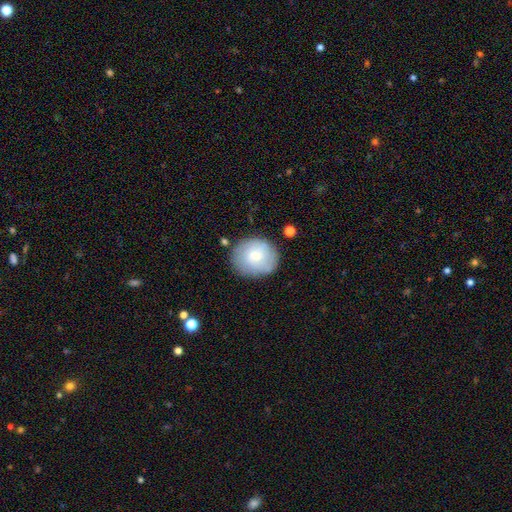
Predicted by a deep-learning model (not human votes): Overall: smooth (64%; featured or disk 29%). How rounded: round (79%). Merging: none (79%).